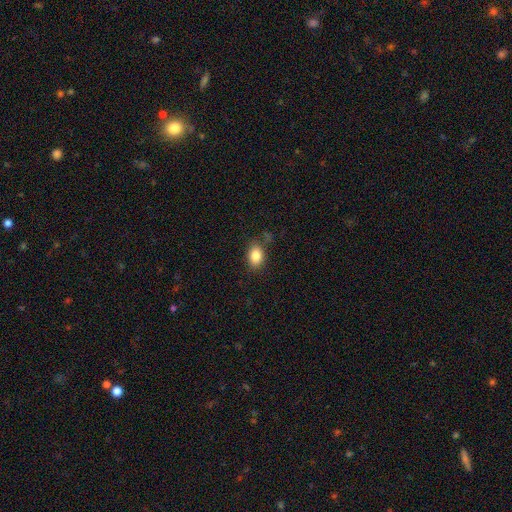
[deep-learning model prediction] This appears to be a smooth galaxy with no disk features (84%) that is in between round and cigar-shaped (76%). Merging: none (78%).